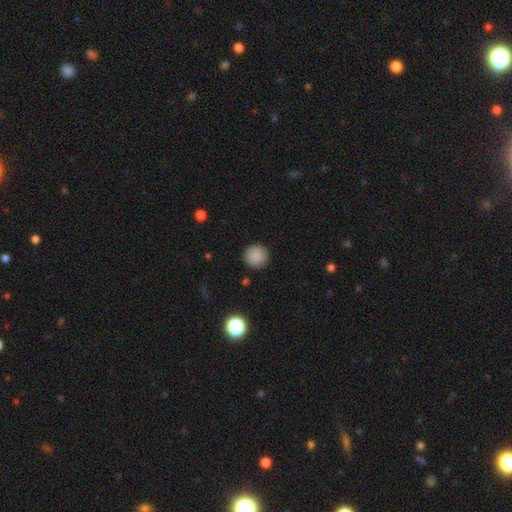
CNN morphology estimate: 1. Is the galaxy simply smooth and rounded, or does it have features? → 88% smooth, 9% star or artifact, 3% featured or disk.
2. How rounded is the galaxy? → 95% round, 4% in between, 1% cigar-shaped.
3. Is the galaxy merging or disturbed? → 91% none, 6% minor disturbance, 2% major disturbance, 1% merger.